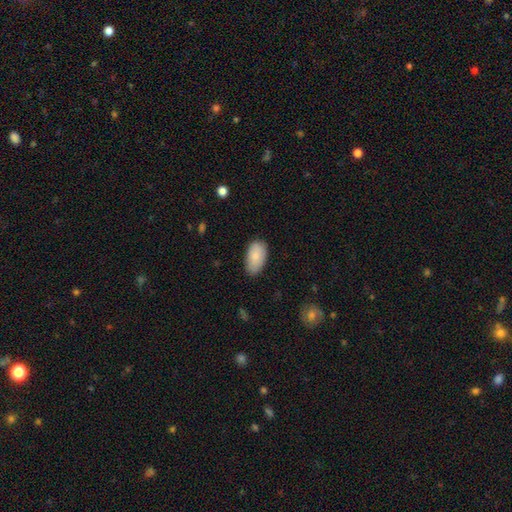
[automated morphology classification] Smooth or featured: smooth — 84% (featured or disk — 9%)
How rounded: in between — 95% (round — 3%)
Merging: none — 80% (minor disturbance — 16%)